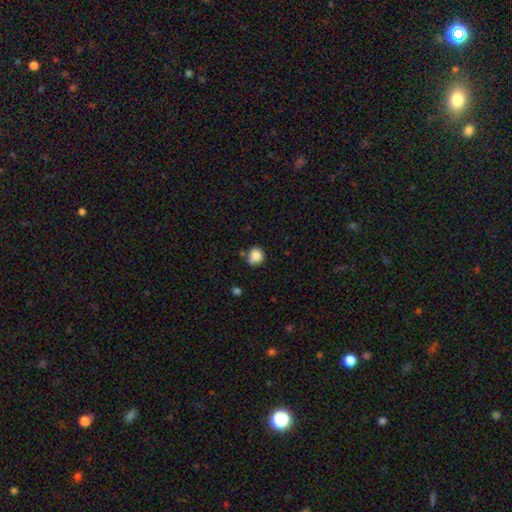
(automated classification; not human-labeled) smooth_or_featured: smooth (p=0.87) [alt: star or artifact p=0.09]
how_rounded: round (p=0.82) [alt: in between p=0.17]
merging: none (p=0.70) [alt: minor disturbance p=0.19]